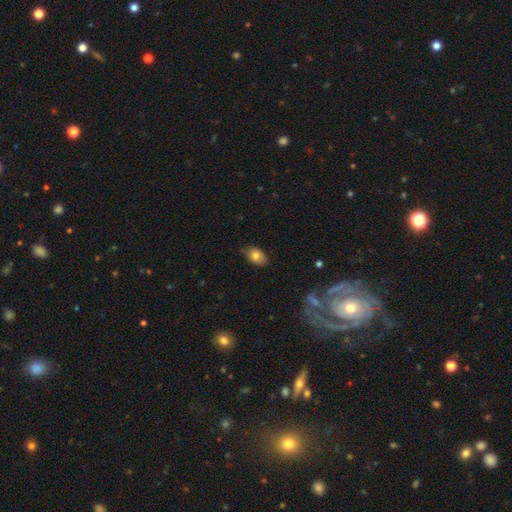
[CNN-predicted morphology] A smooth galaxy with no disk features (79%) that is in between round and cigar-shaped (88%). Merging: none (76%).